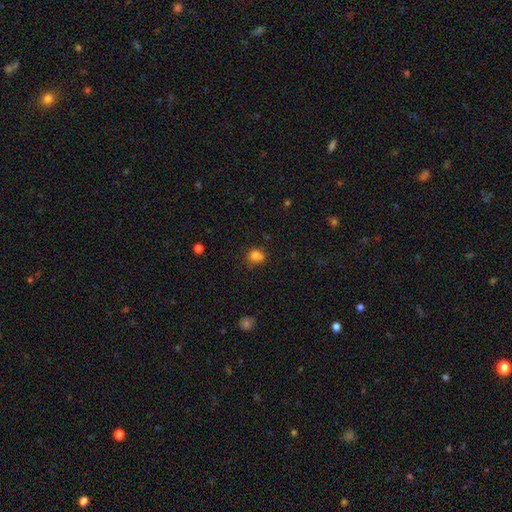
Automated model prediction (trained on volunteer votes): The model was most divided on "merging": none: 57%, merger: 19%, minor disturbance: 19%, major disturbance: 6%. More confident: how rounded — round (79%); smooth or featured — smooth (78%).